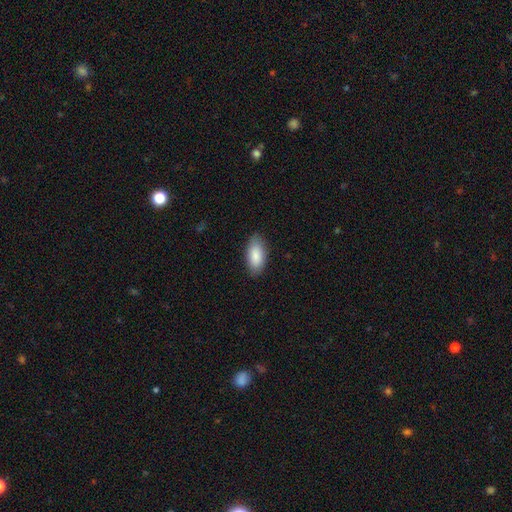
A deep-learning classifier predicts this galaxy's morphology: Q: Smooth or featured?
A: smooth (87%); runner-up: featured or disk (7%)
Q: How rounded?
A: in between (91%); runner-up: cigar-shaped (7%)
Q: Merging?
A: none (85%); runner-up: minor disturbance (11%)